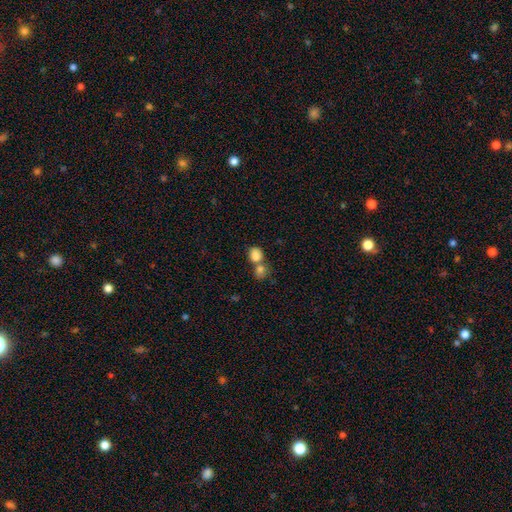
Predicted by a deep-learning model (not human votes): Morphology: type=smooth (83%); roundness=round (64%); merging=merger (53%).